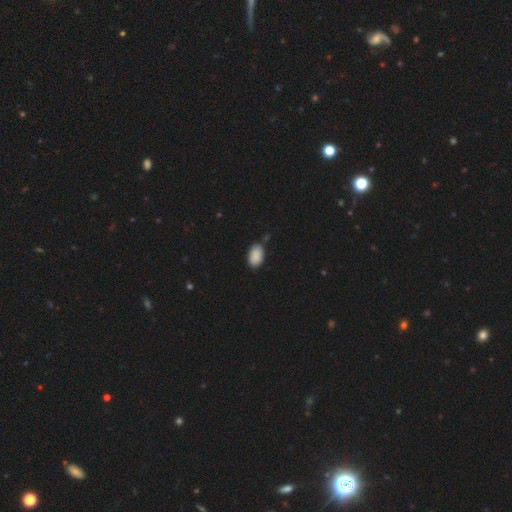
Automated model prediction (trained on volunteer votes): smooth_or_featured: smooth (p=0.89) [alt: star or artifact p=0.07]
how_rounded: in between (p=0.91) [alt: round p=0.08]
merging: none (p=0.77) [alt: minor disturbance p=0.17]